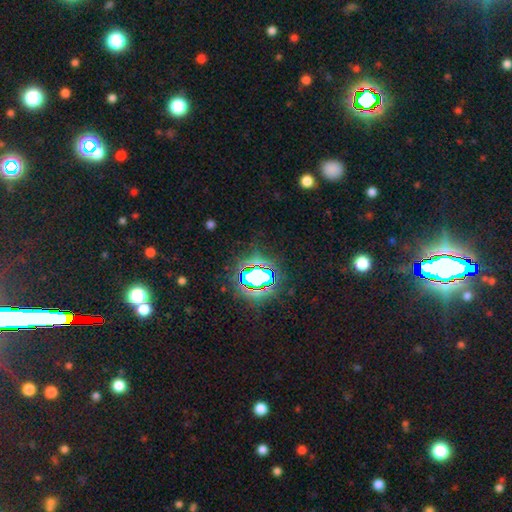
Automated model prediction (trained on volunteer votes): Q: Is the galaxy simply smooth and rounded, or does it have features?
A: star or artifact — 80%.